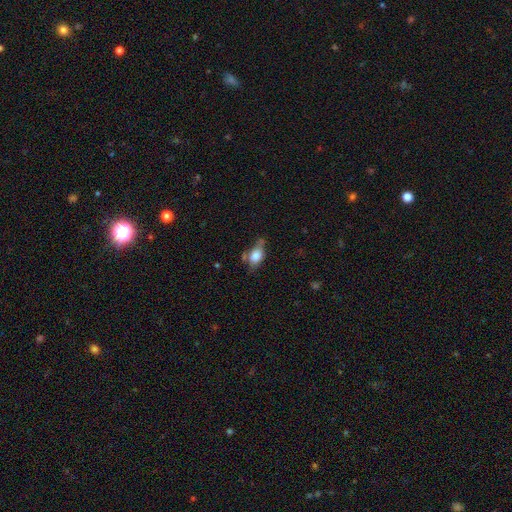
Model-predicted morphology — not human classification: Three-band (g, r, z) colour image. It shows a smooth galaxy with no disk features (73%) that is in between round and cigar-shaped (83%). Merging: none (48%).